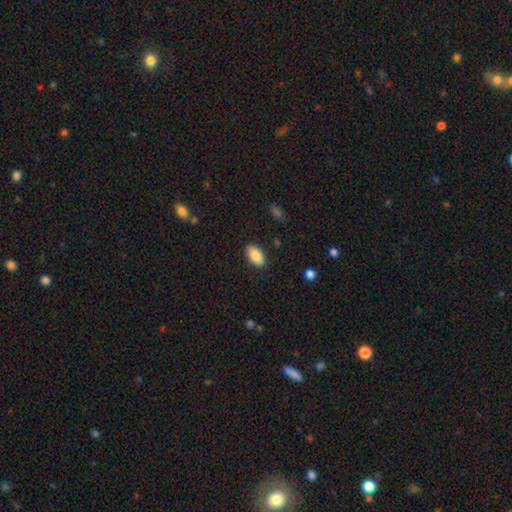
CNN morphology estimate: This appears to be a smooth galaxy with no disk features (88%) that is in between round and cigar-shaped (94%). Merging: none (88%).